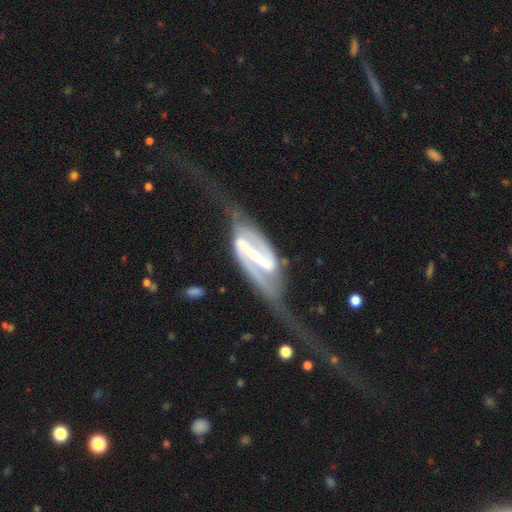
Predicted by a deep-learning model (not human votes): This appears to be a featured or disk galaxy (90%) with a strong bar (86%), 2 (91%) loose (55%) spiral arms (93%) and a small central bulge (36%). Merging: major disturbance (41%).